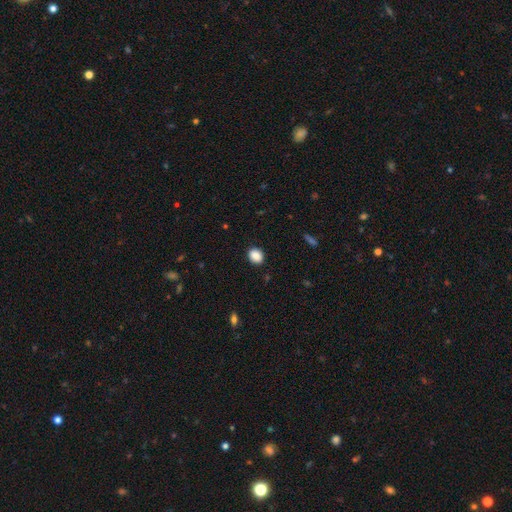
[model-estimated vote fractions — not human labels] Smooth or featured?
  - smooth: 88% *
  - star or artifact: 8%
  - featured or disk: 3%
How rounded?
  - round: 51% *
  - in between: 48%
  - cigar-shaped: 1%
Merging?
  - none: 90% *
  - minor disturbance: 7%
  - major disturbance: 2%
  - merger: 1%